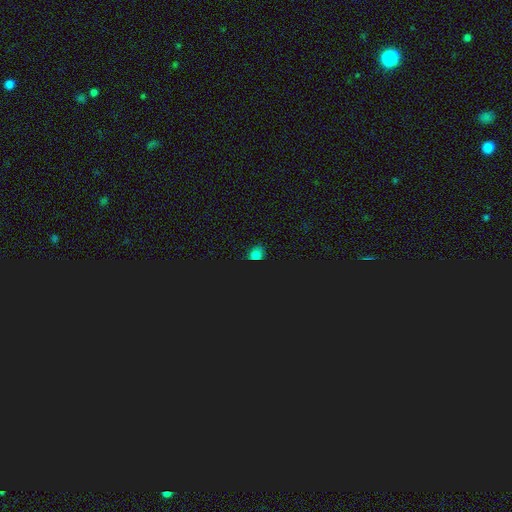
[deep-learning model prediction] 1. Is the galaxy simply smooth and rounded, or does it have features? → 48% star or artifact, 47% smooth, 6% featured or disk.